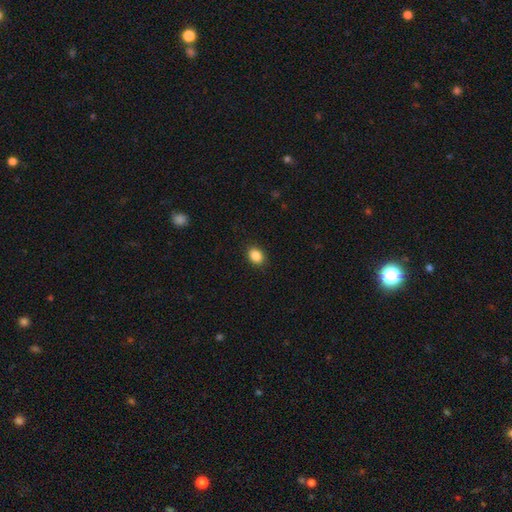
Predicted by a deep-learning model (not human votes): Morphology: type=smooth (87%); roundness=in between (62%); merging=none (90%).